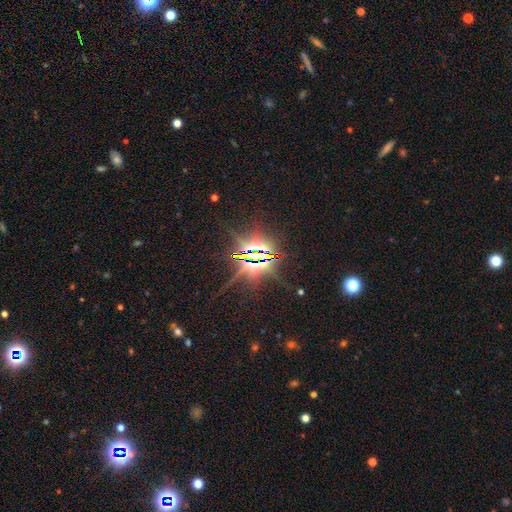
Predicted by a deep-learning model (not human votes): The model was most divided on "smooth or featured": star or artifact: 83%, featured or disk: 10%, smooth: 7%.